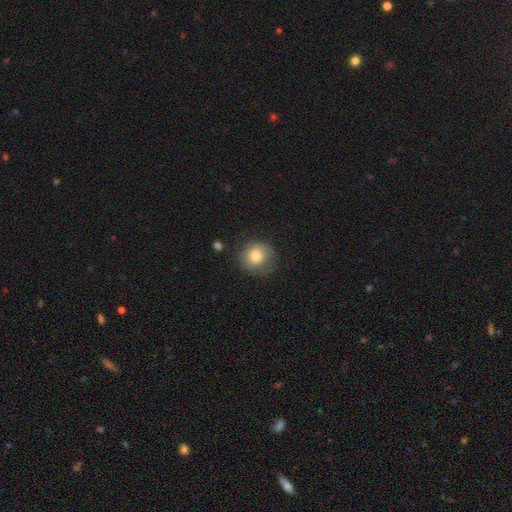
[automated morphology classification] type=smooth (77%); roundness=round (87%); merging=none (69%).